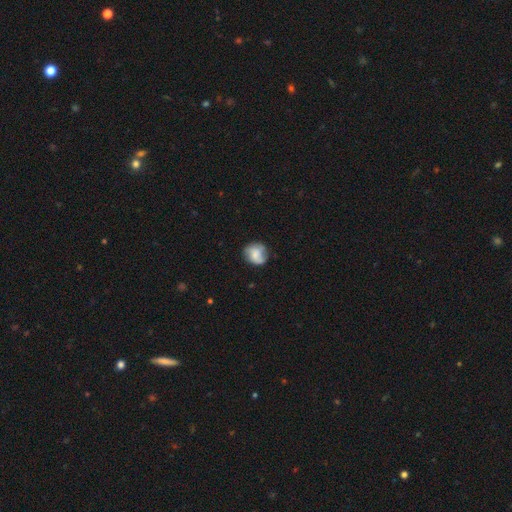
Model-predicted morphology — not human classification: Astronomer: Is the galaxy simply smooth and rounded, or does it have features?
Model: smooth — 52% (runner-up: featured or disk, 40%).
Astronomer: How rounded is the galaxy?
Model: round — 76%.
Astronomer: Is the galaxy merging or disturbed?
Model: none — 68%.